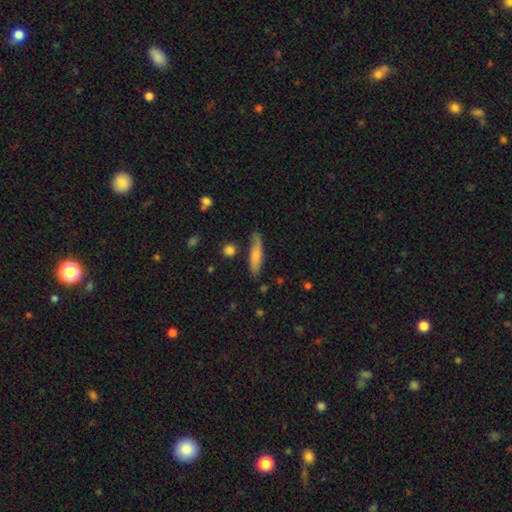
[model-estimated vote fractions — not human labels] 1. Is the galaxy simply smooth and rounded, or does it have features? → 71% smooth, 23% featured or disk, 6% star or artifact.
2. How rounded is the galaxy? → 76% cigar-shaped, 22% in between, 2% round.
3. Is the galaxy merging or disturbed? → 73% none, 19% minor disturbance, 4% major disturbance, 4% merger.